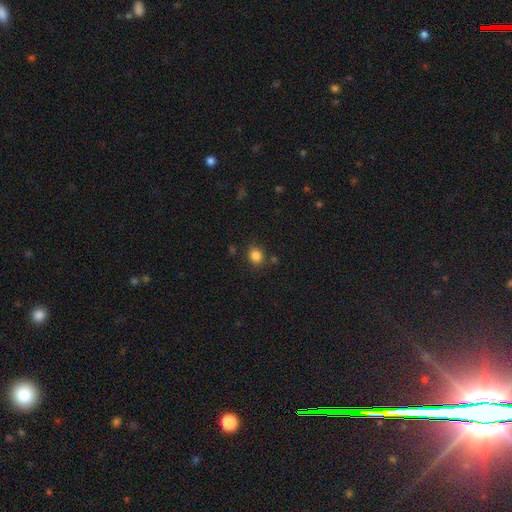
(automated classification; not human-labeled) Smooth or featured: smooth — 84% (star or artifact — 11%)
How rounded: round — 72% (in between — 27%)
Merging: none — 82% (minor disturbance — 10%)